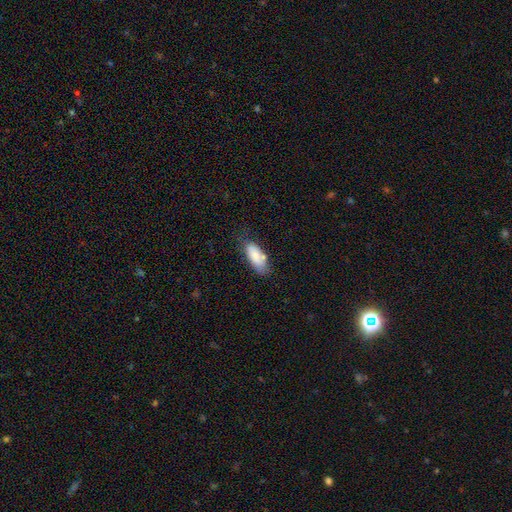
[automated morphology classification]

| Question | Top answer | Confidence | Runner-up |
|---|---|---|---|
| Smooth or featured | smooth | 82% | featured or disk (12%) |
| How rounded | in between | 82% | cigar-shaped (16%) |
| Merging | none | 62% | minor disturbance (25%) |